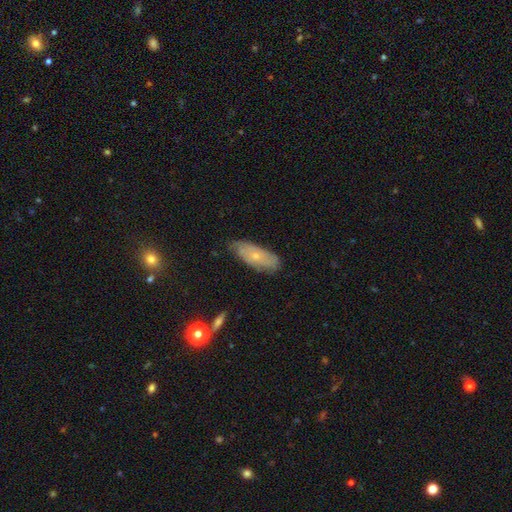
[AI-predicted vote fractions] Smooth or featured? smooth (48%)
Merging? none (67%)